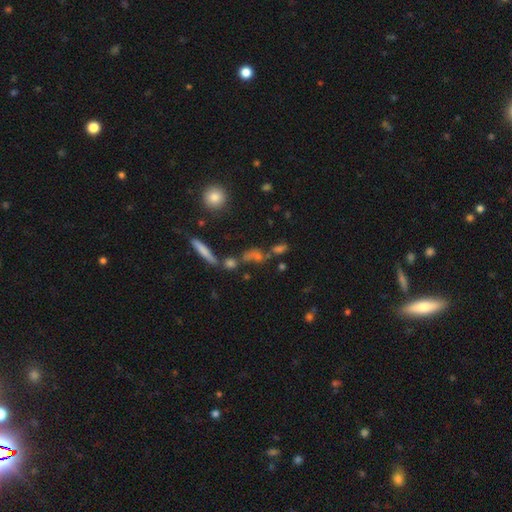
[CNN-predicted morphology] The model was most divided on "smooth or featured": smooth: 42%, featured or disk: 29%, star or artifact: 29%. More confident: merging — none (52%).